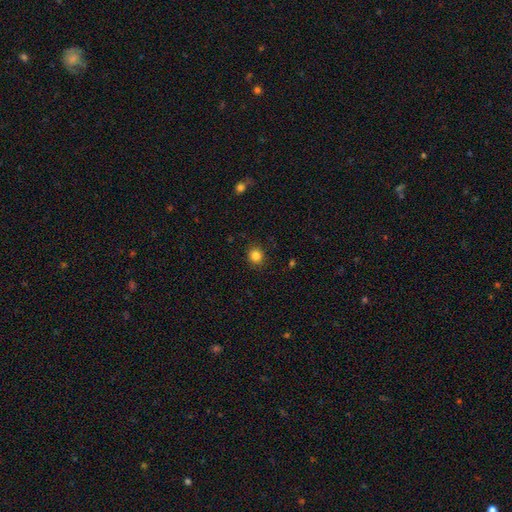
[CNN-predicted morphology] This is clearly a smooth galaxy (84%). How rounded: clearly round (88%). Merging: clearly none (90%).